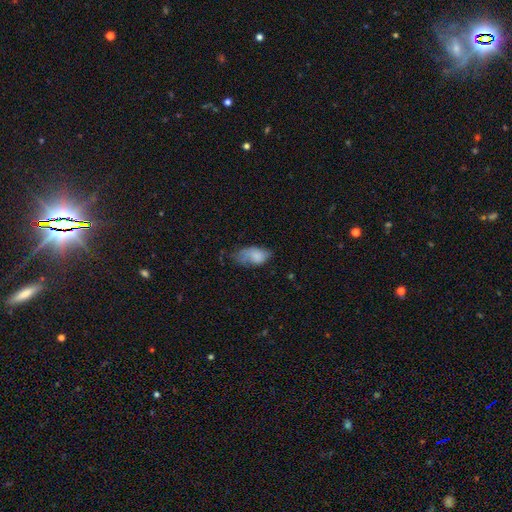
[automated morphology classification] smooth-or-featured: smooth: 71% | featured or disk: 20% | star or artifact: 8%
  how-rounded: in between: 93% | round: 5% | cigar-shaped: 2%
  merging: minor disturbance: 37% | none: 31% | major disturbance: 29% | merger: 3%